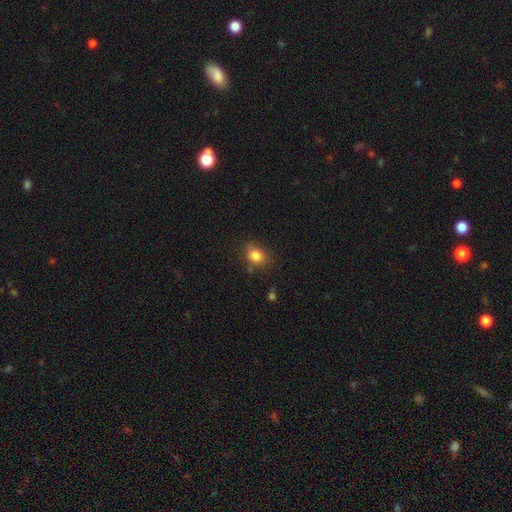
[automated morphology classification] The model was most divided on "how rounded": in between: 50%, round: 49%, cigar-shaped: 1%. More confident: smooth or featured — smooth (84%); merging — none (75%).